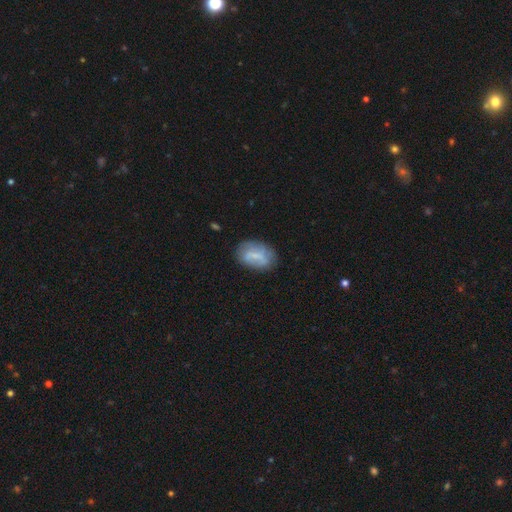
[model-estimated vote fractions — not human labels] This is possibly a smooth galaxy (56%). How rounded: clearly in between (86%). Merging: likely none (67%).